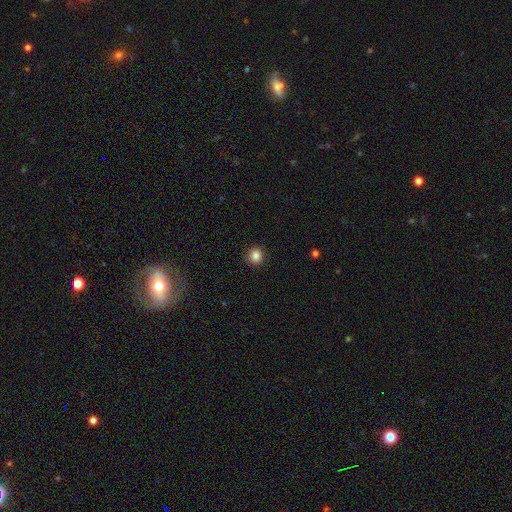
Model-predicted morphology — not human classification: A smooth galaxy with no disk features (85%) that is round (93%).

Vote fractions:
- Smooth or featured? smooth: 85% / star or artifact: 11% / featured or disk: 4%
- How rounded? round: 93% / in between: 6% / cigar-shaped: 1%
- Merging? none: 92% / minor disturbance: 5% / major disturbance: 2% / merger: 1%